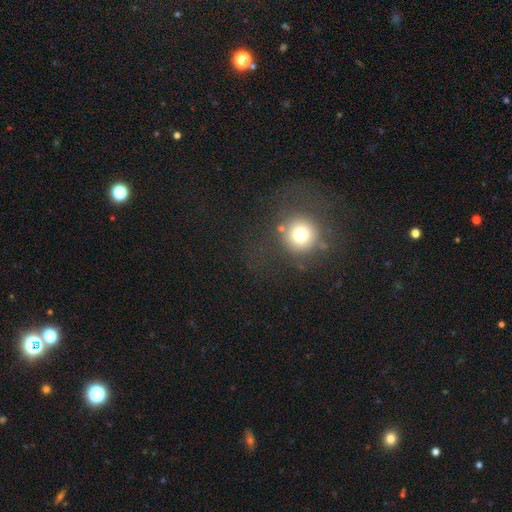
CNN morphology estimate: Smooth or featured?
  - smooth: 52% *
  - star or artifact: 32%
  - featured or disk: 16%
How rounded?
  - round: 87% *
  - in between: 12%
  - cigar-shaped: 1%
Merging?
  - none: 72% *
  - minor disturbance: 13%
  - major disturbance: 12%
  - merger: 2%